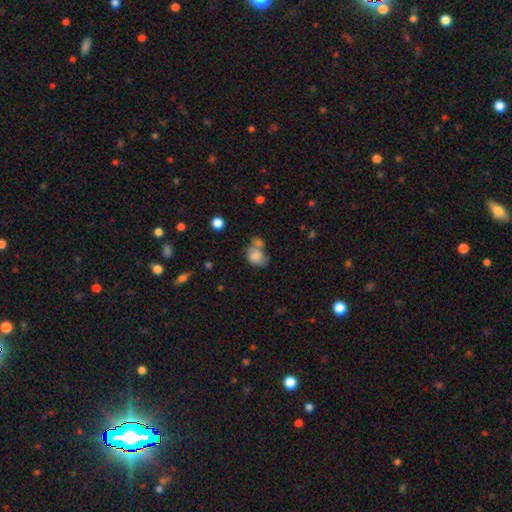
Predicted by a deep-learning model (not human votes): Smooth or featured: smooth — 73% (featured or disk — 18%)
How rounded: in between — 51% (round — 48%)
Merging: merger — 40% (none — 27%)